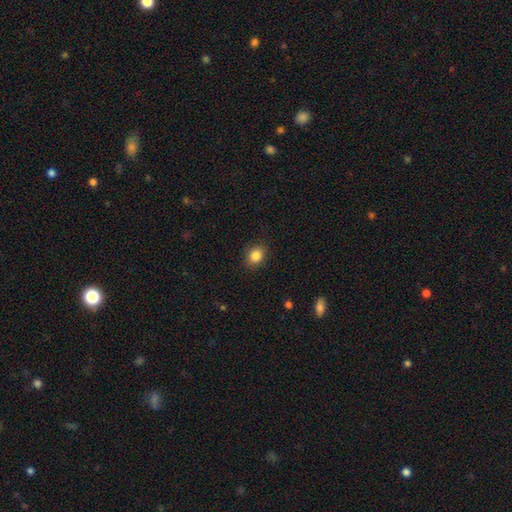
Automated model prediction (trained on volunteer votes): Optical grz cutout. It shows a smooth galaxy with no disk features (85%) that is round (59%). Merging: none (87%).